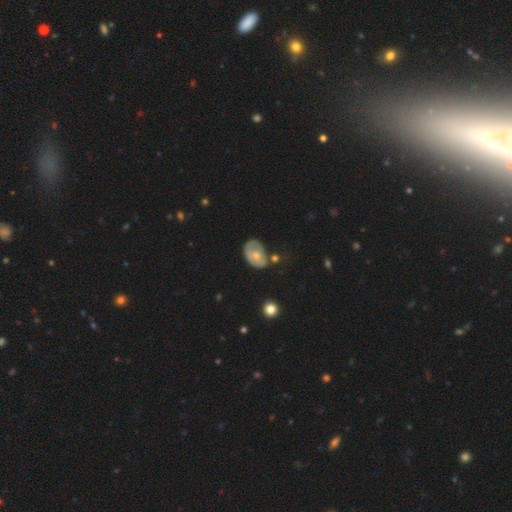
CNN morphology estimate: Smooth or featured: smooth — 51% (featured or disk — 42%)
How rounded: in between — 77% (round — 21%)
Merging: none — 41% (minor disturbance — 32%)